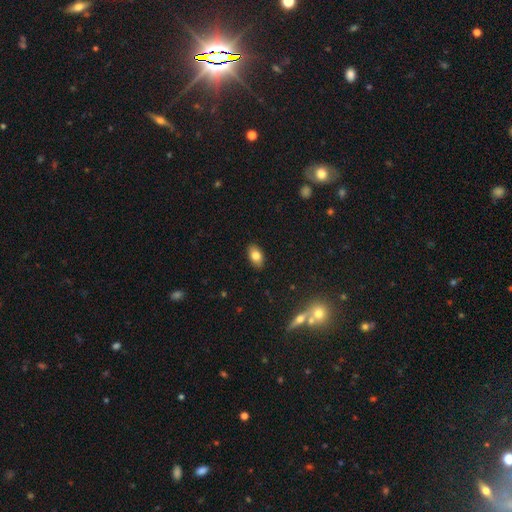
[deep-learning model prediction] Smooth or featured: smooth — 79% (featured or disk — 12%)
How rounded: in between — 91% (round — 7%)
Merging: none — 88% (minor disturbance — 9%)